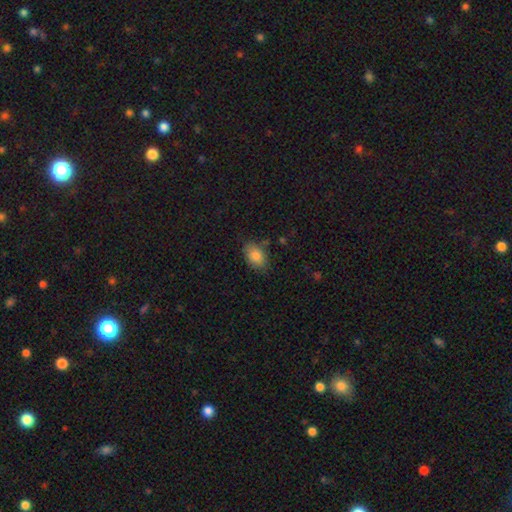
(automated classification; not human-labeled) Smooth or featured? smooth (85%)
How rounded? in between (89%)
Merging? none (79%)